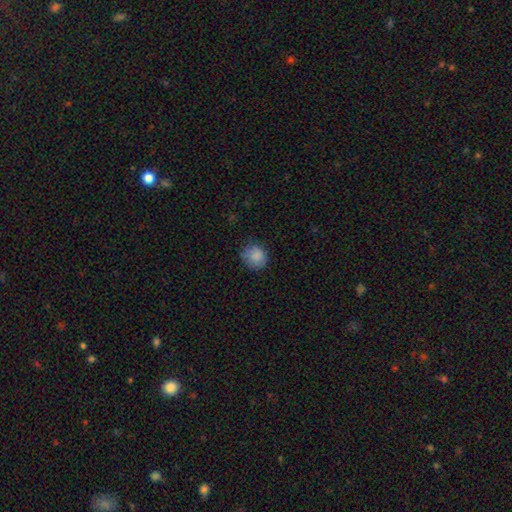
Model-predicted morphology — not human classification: A smooth galaxy with no disk features (85%) that is round (81%). Merging: none (74%).